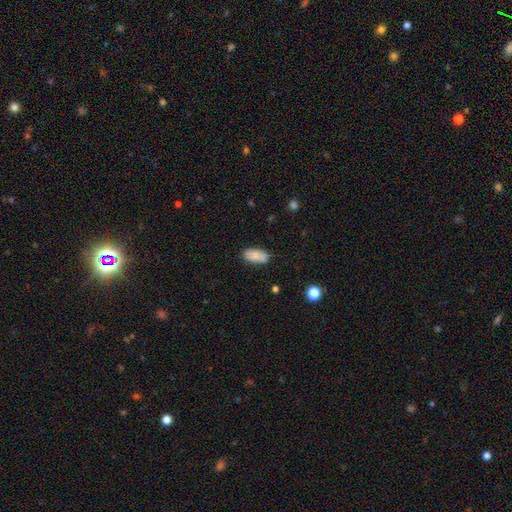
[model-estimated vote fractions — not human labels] smooth_or_featured: smooth (p=0.80) [alt: featured or disk p=0.13]
how_rounded: in between (p=0.90) [alt: cigar-shaped p=0.07]
merging: none (p=0.81) [alt: minor disturbance p=0.14]